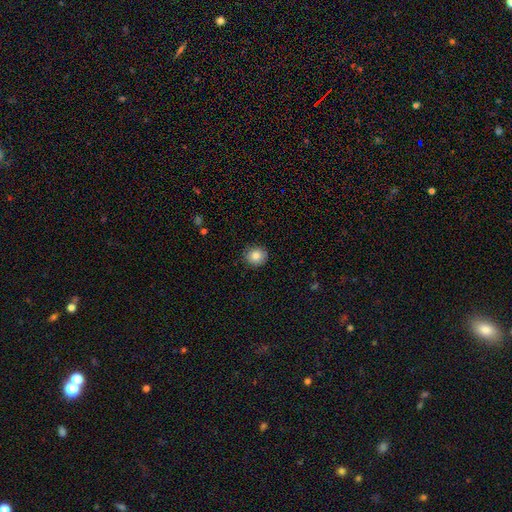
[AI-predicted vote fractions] Overall: smooth (85%). How rounded: round (83%). Merging: none (87%).